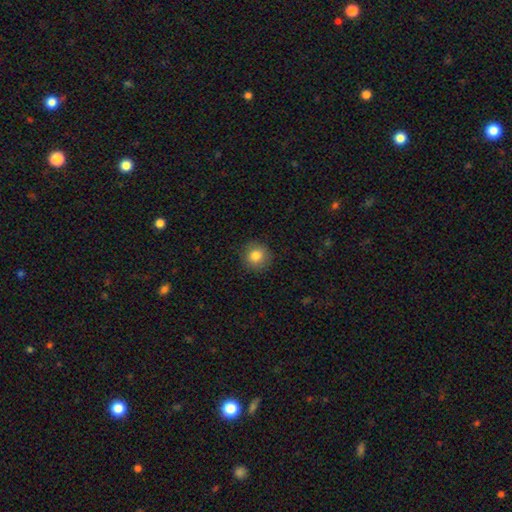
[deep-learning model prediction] A smooth galaxy with no disk features (83%) that is round (92%).

Vote fractions:
- Smooth or featured? smooth: 83% / star or artifact: 10% / featured or disk: 7%
- How rounded? round: 92% / in between: 7% / cigar-shaped: 1%
- Merging? none: 88% / minor disturbance: 9% / major disturbance: 2% / merger: 1%